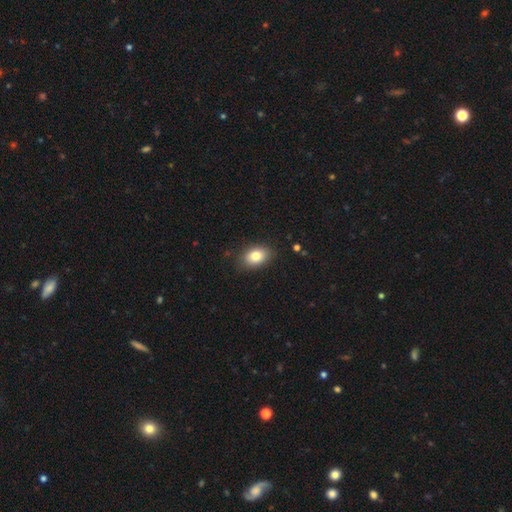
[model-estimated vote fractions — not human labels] smooth-or-featured: smooth: 80% | featured or disk: 11% | star or artifact: 9%
  how-rounded: in between: 80% | round: 18% | cigar-shaped: 1%
  merging: none: 85% | minor disturbance: 11% | major disturbance: 3% | merger: 1%